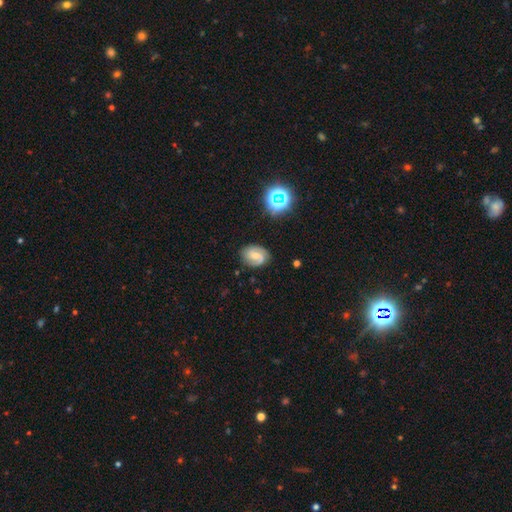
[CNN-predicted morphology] Smooth or featured? featured or disk (69%)
Edge-on disk? no (97%)
Bar? weak (49%)
Spiral arms? yes (94%)
Spiral winding? medium (46%)
Spiral arm count? 2 (76%)
Bulge size? small (48%)
Merging? none (77%)